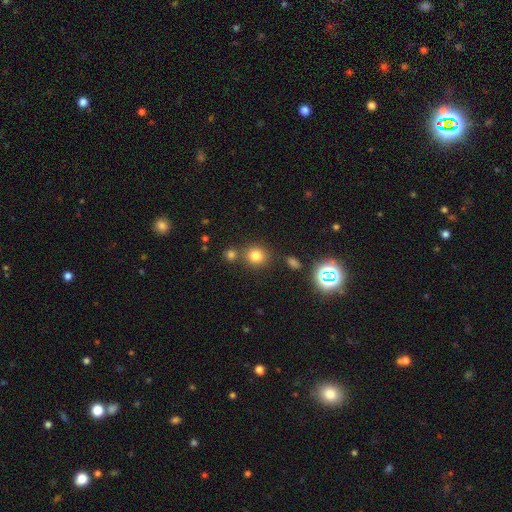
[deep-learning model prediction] Morphology: type=smooth (79%); roundness=round (84%); merging=none (74%).